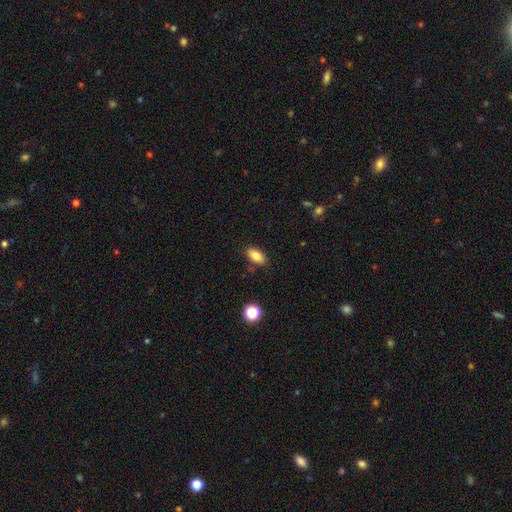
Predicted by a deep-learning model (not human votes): smooth_or_featured: smooth (p=0.84) [alt: star or artifact p=0.09]
how_rounded: in between (p=0.90) [alt: round p=0.05]
merging: none (p=0.84) [alt: minor disturbance p=0.11]